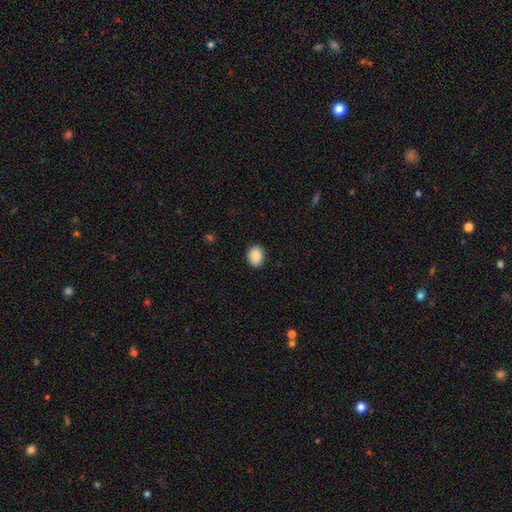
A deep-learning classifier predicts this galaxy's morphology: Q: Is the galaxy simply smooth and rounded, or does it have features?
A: smooth — 90%.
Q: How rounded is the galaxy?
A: in between — 67%.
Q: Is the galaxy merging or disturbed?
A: none — 88%.